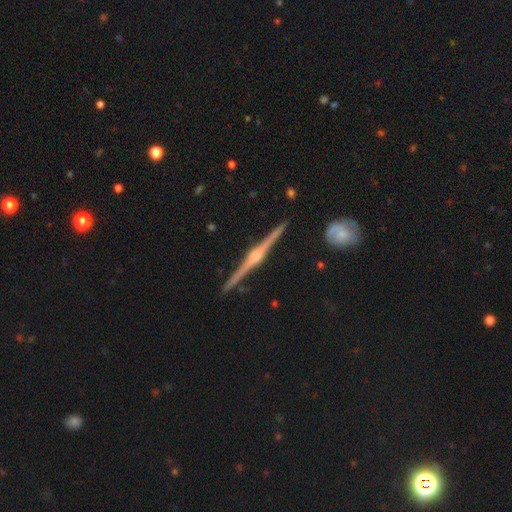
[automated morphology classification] This is clearly a featured or disk galaxy (90%). It is clearly viewed edge-on (99%). Edge-on bulge: clearly rounded (87%). Merging: clearly none (91%).